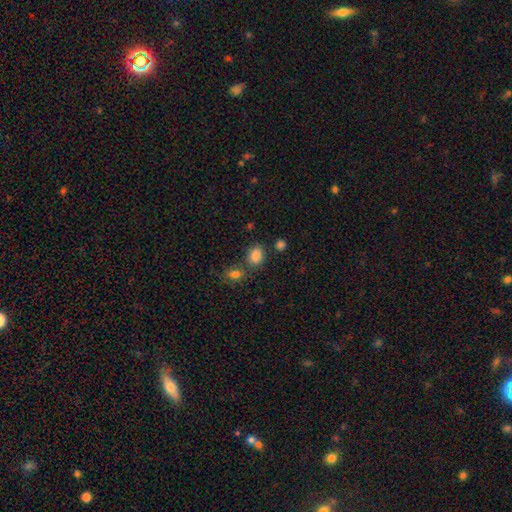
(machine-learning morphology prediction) A smooth galaxy with no disk features (84%) that is in between round and cigar-shaped (62%). Merging: none (66%).